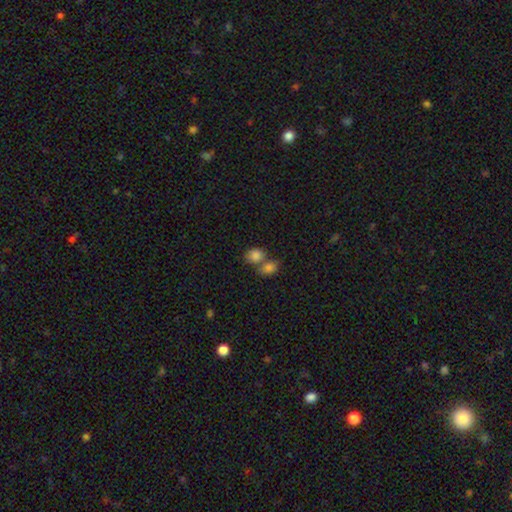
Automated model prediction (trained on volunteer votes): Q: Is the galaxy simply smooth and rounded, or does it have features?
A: smooth — 83%.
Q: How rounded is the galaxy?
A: round — 51%.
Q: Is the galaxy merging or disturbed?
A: merger — 51%.